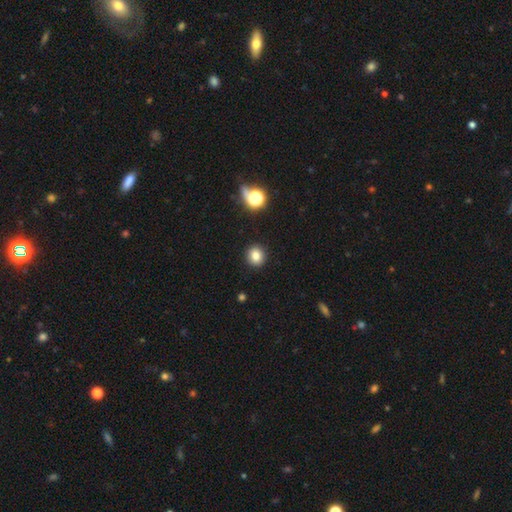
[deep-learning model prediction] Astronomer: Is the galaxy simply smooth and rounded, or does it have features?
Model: smooth — 82%.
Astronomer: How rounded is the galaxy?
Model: round — 86%.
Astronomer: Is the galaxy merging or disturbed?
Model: none — 91%.